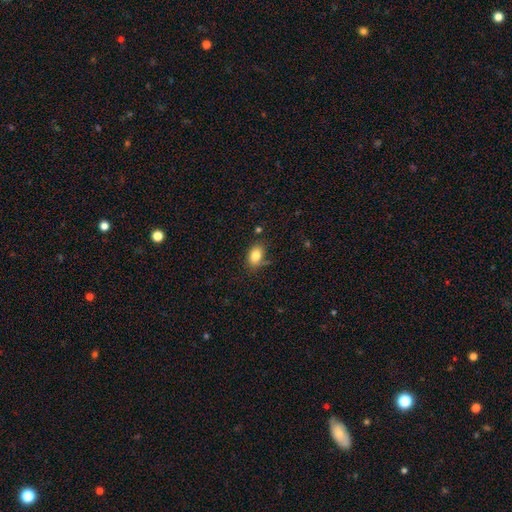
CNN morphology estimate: A smooth galaxy with no disk features (83%) that is in between round and cigar-shaped (82%). Merging: none (74%).